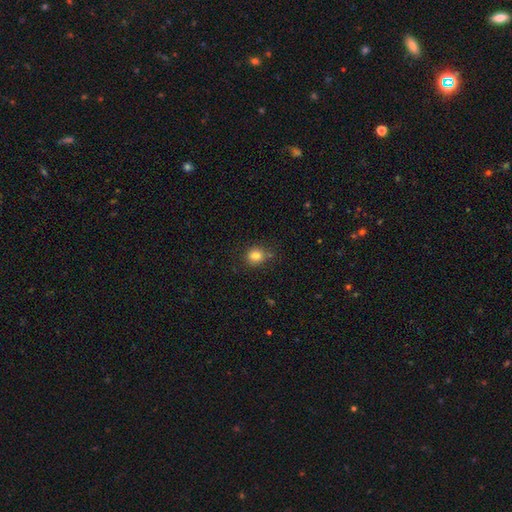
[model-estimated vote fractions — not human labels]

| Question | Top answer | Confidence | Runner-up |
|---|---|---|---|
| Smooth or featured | smooth | 82% | star or artifact (12%) |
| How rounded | round | 77% | in between (22%) |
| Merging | none | 77% | minor disturbance (14%) |